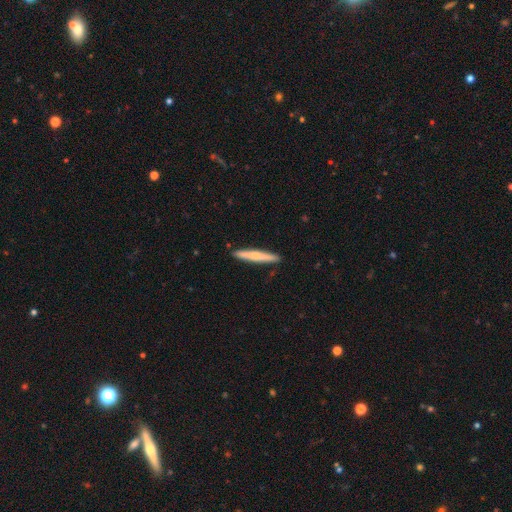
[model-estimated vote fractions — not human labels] A smooth galaxy with no disk features (64%) that is cigar-shaped (96%). Merging: none (91%).